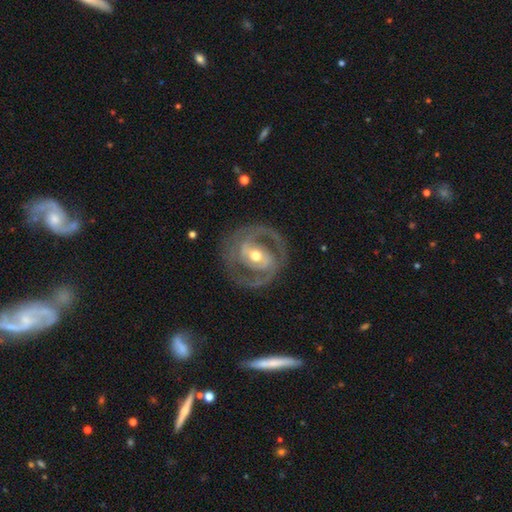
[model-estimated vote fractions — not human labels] A featured or disk galaxy (85%) with a weak bar (39%), 2 (82%) tight (46%) spiral arms (84%) and a moderate central bulge (72%).

Vote fractions:
- Smooth or featured? featured or disk: 85% / smooth: 11% / star or artifact: 4%
- Edge-on disk? no: 97% / yes: 3%
- Bar? weak: 39% / strong: 32% / no: 29%
- Spiral arms? yes: 84% / no: 16%
- Spiral winding? tight: 46% / medium: 42% / loose: 12%
- Spiral arm count? 2: 82% / can't tell: 8% / 3: 4% / 1: 3% / 4: 1% / more than 4: 1%
- Bulge size? moderate: 72% / small: 19% / large: 7% / dominant: 1% / none: 1%
- Merging? none: 79% / minor disturbance: 13% / major disturbance: 7% / merger: 1%